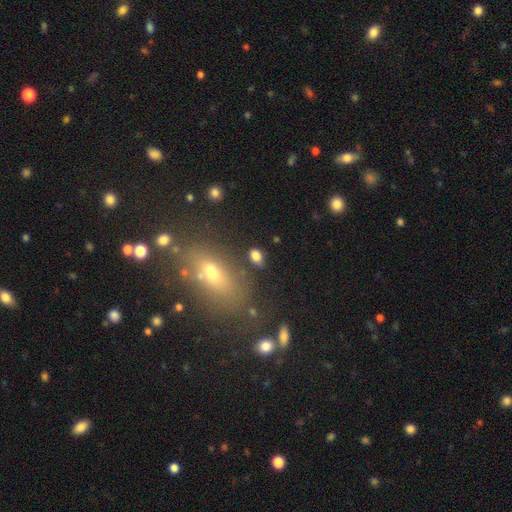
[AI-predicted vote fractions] Smooth or featured?
  - smooth: 78% *
  - star or artifact: 12%
  - featured or disk: 10%
How rounded?
  - in between: 83% *
  - round: 14%
  - cigar-shaped: 3%
Merging?
  - none: 74% *
  - minor disturbance: 13%
  - merger: 7%
  - major disturbance: 5%